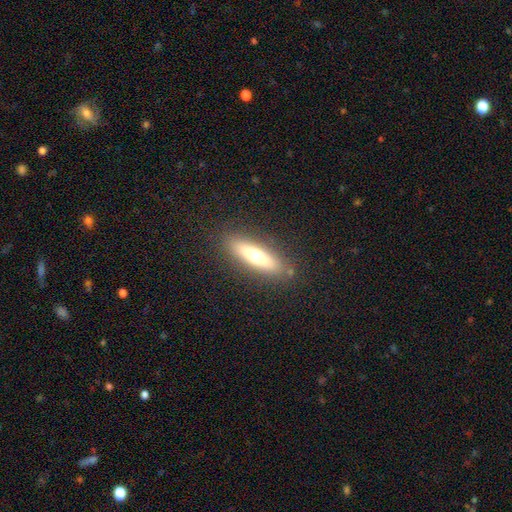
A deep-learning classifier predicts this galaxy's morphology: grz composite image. It shows a smooth galaxy with no disk features (55%) that is cigar-shaped (72%). Merging: none (86%).